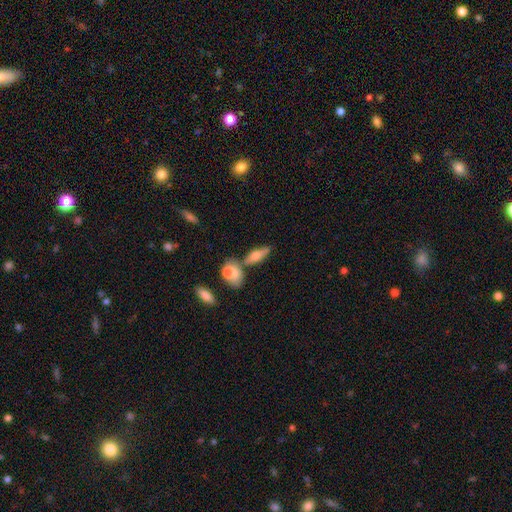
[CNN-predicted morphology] This is possibly a smooth galaxy (52%). How rounded: possibly in between (56%). Merging: possibly none (58%).